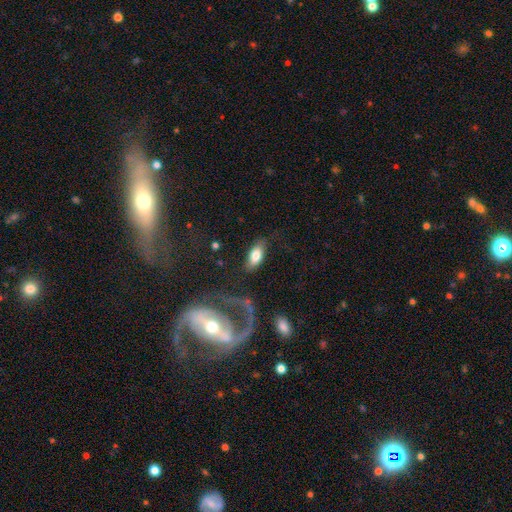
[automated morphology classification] smooth-or-featured: smooth: 73% | featured or disk: 21% | star or artifact: 7%
  how-rounded: in between: 88% | cigar-shaped: 9% | round: 3%
  merging: none: 72% | minor disturbance: 16% | major disturbance: 8% | merger: 4%